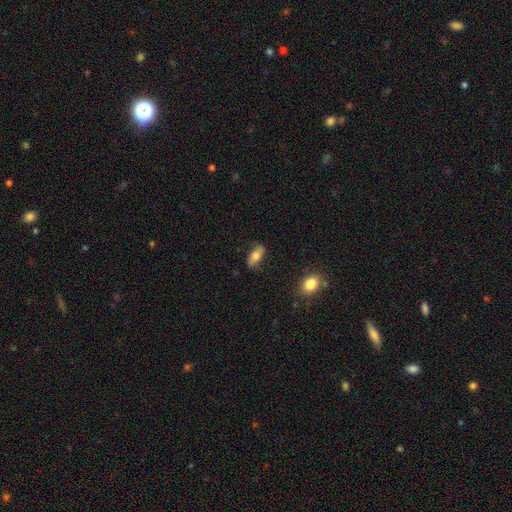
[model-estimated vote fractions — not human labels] Morphology: type=smooth (70%); roundness=in between (80%); merging=none (79%).